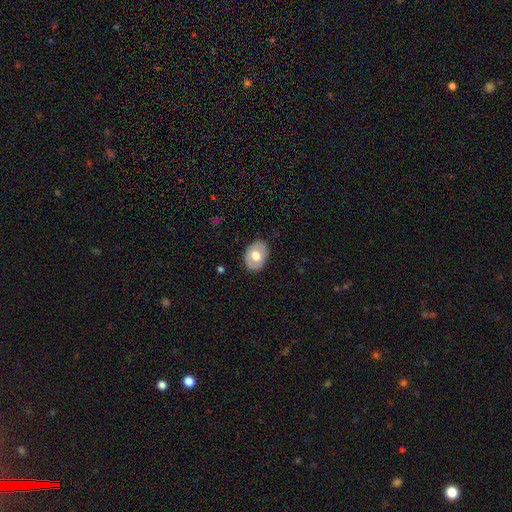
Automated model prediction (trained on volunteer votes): Smooth or featured: smooth — 66% (featured or disk — 28%)
How rounded: in between — 75% (round — 24%)
Merging: none — 84% (minor disturbance — 12%)